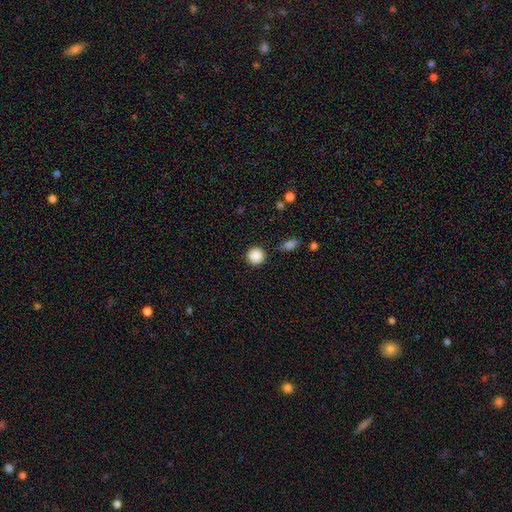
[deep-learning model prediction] Smooth or featured: smooth — 88% (star or artifact — 9%)
How rounded: round — 95% (in between — 4%)
Merging: none — 89% (minor disturbance — 6%)